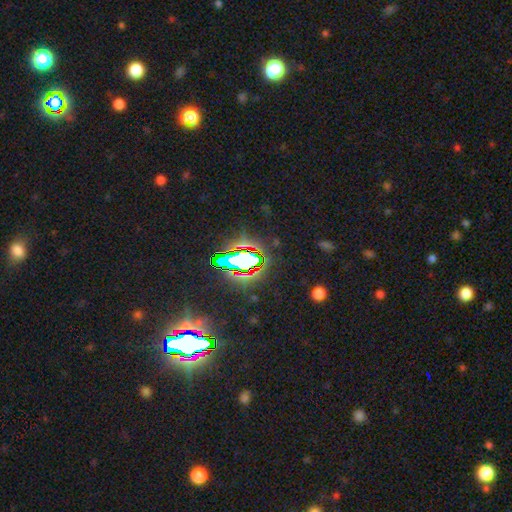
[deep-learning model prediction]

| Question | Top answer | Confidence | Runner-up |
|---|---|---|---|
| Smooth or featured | star or artifact | 80% | smooth (11%) |